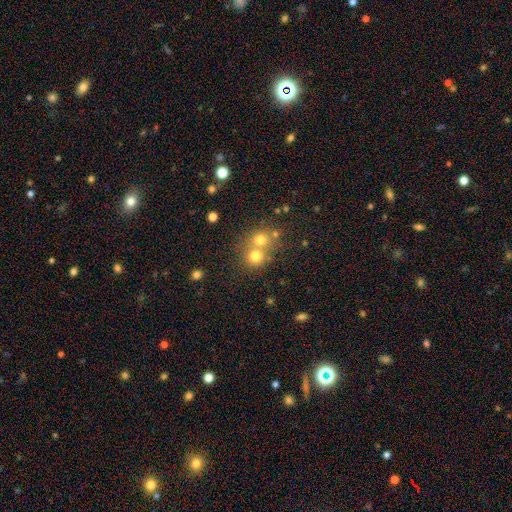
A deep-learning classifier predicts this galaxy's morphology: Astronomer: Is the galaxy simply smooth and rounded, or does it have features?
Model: smooth — 71%.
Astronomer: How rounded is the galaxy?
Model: round — 82%.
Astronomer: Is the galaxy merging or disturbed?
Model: merger — 54% (runner-up: none, 37%).